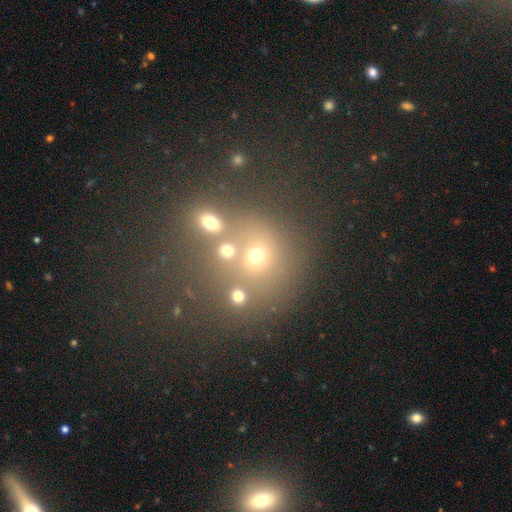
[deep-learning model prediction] smooth-or-featured: smooth: 43% | star or artifact: 42% | featured or disk: 15%
  merging: none: 51% | merger: 32% | minor disturbance: 10% | major disturbance: 7%